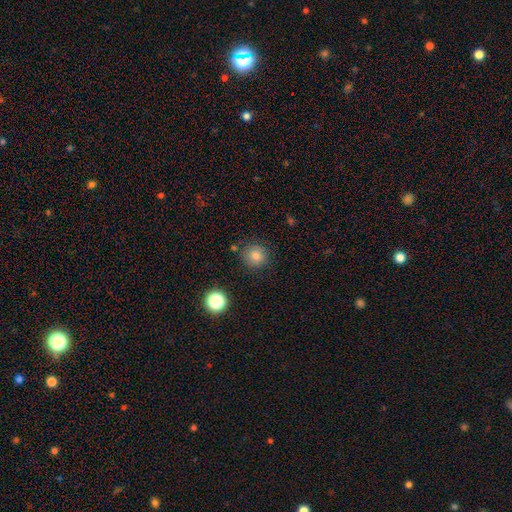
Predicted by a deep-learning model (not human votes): smooth 81%, star or artifact 13%, featured or disk 6%. Down the decision tree: how rounded — round (93%); merging — none (86%).